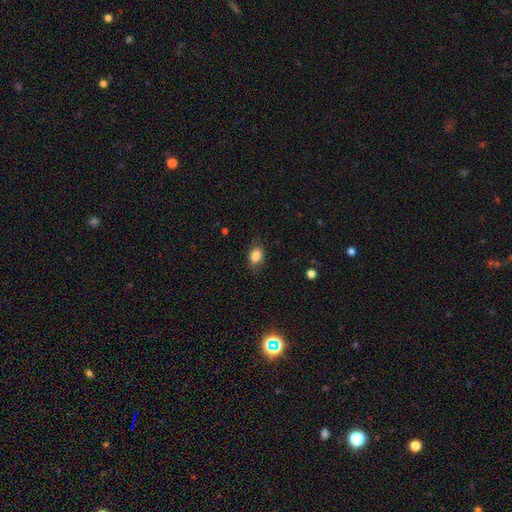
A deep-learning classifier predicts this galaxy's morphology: smooth_or_featured: smooth (p=0.86) [alt: star or artifact p=0.09]
how_rounded: in between (p=0.75) [alt: round p=0.24]
merging: none (p=0.81) [alt: minor disturbance p=0.15]